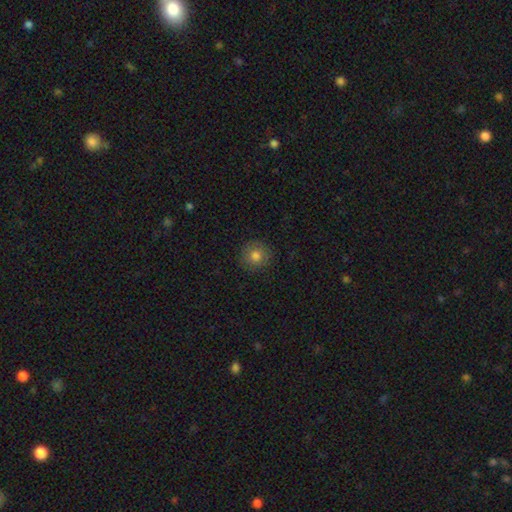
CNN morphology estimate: This is likely a smooth galaxy (79%). How rounded: clearly round (93%). Merging: clearly none (88%).